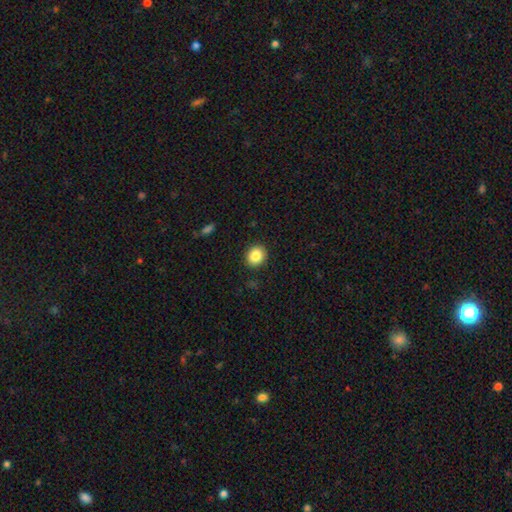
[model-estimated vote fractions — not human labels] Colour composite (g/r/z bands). It shows a smooth galaxy with no disk features (86%) that is round (72%). Merging: none (90%).